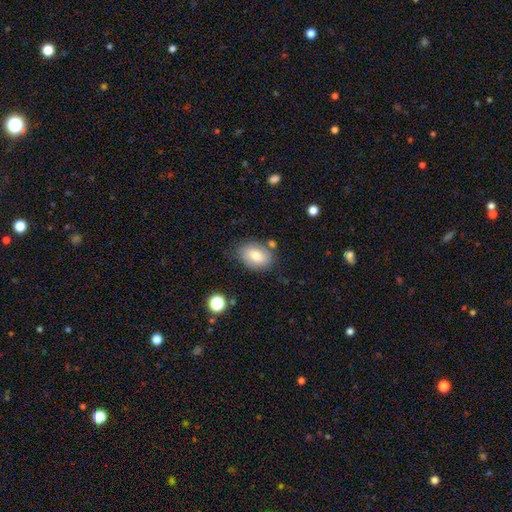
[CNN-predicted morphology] Smooth or featured? smooth (75%)
How rounded? in between (77%)
Merging? none (72%)